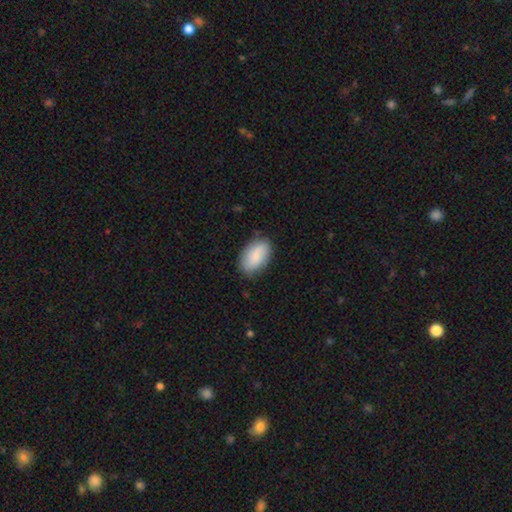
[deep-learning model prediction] Overall: smooth (80%). How rounded: in between (93%). Merging: none (81%).